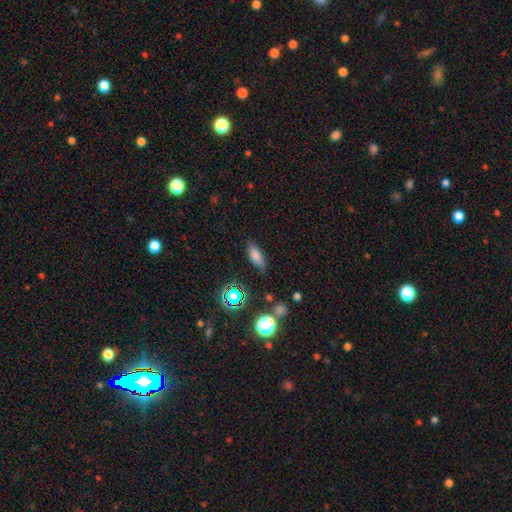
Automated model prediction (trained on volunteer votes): Smooth or featured?
  - smooth: 76% *
  - star or artifact: 14%
  - featured or disk: 10%
How rounded?
  - in between: 75% *
  - cigar-shaped: 21%
  - round: 5%
Merging?
  - none: 79% *
  - minor disturbance: 15%
  - major disturbance: 4%
  - merger: 2%